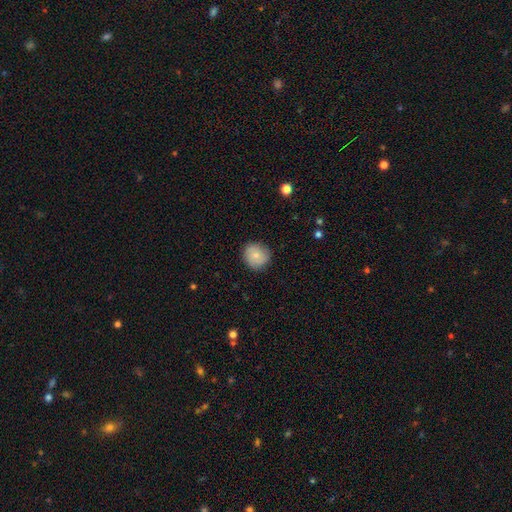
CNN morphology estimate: smooth 74%, featured or disk 18%, star or artifact 8%. Down the decision tree: how rounded — round (89%); merging — none (85%).